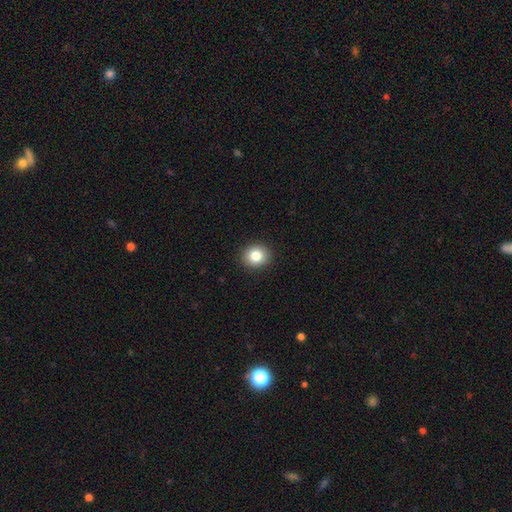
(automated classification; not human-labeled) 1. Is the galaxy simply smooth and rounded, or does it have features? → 82% smooth, 10% star or artifact, 7% featured or disk.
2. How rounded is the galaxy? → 80% round, 19% in between, 1% cigar-shaped.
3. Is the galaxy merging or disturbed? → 92% none, 6% minor disturbance, 2% major disturbance, 1% merger.